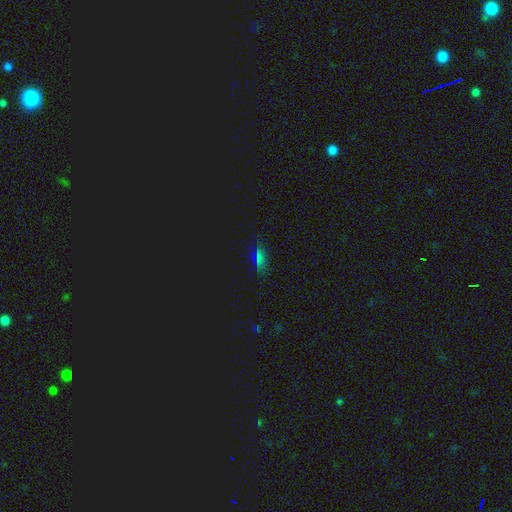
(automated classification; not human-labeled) A star or artifact, not a galaxy (45%).